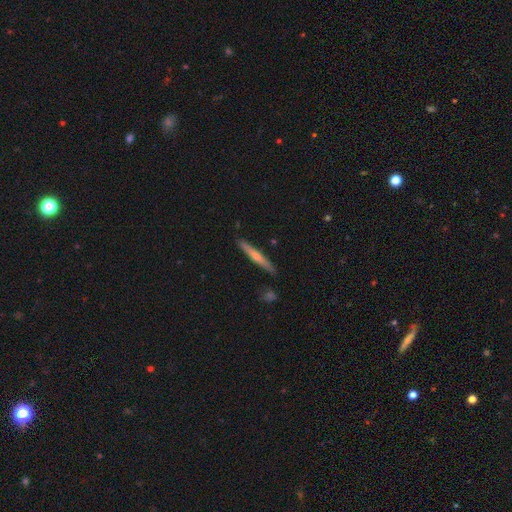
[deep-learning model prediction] Morphology: type=featured or disk (57%); edge-on=yes (97%); edge-on bulge=rounded (70%); merging=none (89%).